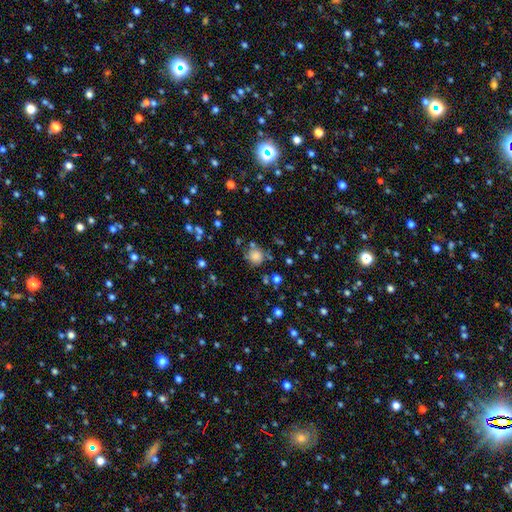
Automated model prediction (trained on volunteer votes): Smooth or featured? Predicted: smooth (p=0.77). How rounded? Predicted: round (p=0.88). Merging? Predicted: none (p=0.68).